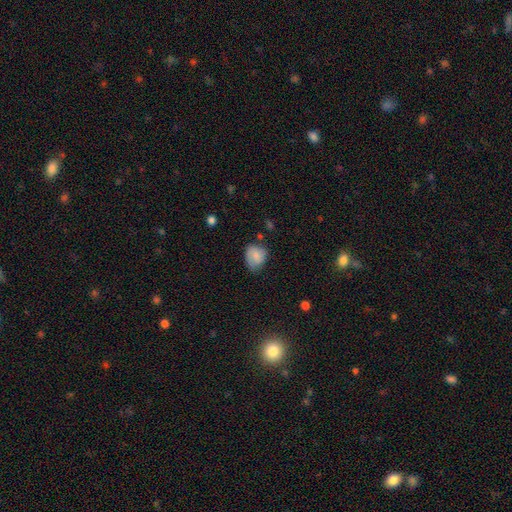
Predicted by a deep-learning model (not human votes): A smooth galaxy with no disk features (76%) that is round (51%).

Vote fractions:
- Smooth or featured? smooth: 76% / featured or disk: 16% / star or artifact: 8%
- How rounded? round: 51% / in between: 48% / cigar-shaped: 1%
- Merging? none: 52% / minor disturbance: 35% / major disturbance: 10% / merger: 2%